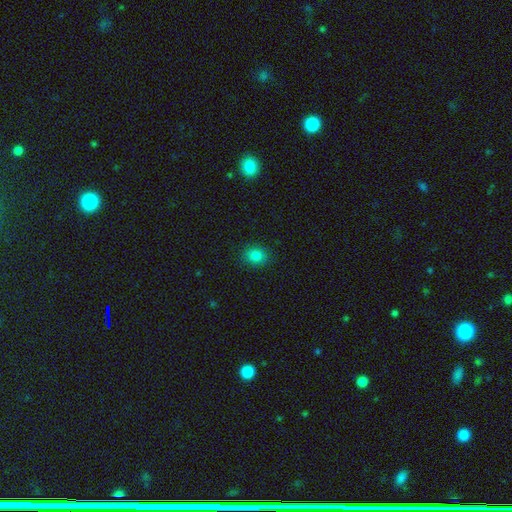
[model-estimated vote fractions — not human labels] A smooth galaxy with no disk features (83%) that is round (64%).

Vote fractions:
- Smooth or featured? smooth: 83% / star or artifact: 13% / featured or disk: 4%
- How rounded? round: 64% / in between: 35% / cigar-shaped: 1%
- Merging? none: 89% / minor disturbance: 8% / major disturbance: 2% / merger: 1%